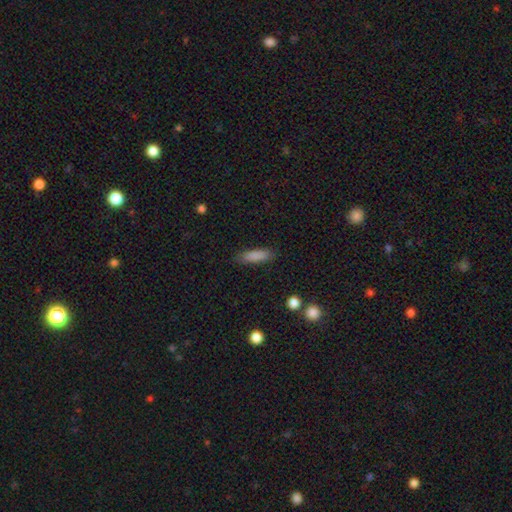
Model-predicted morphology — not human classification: A smooth galaxy with no disk features (85%) that is cigar-shaped (55%). Merging: none (84%).